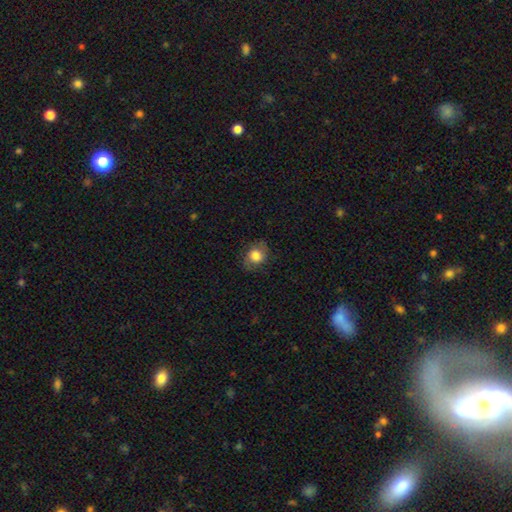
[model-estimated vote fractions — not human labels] Overall: smooth (69%). How rounded: round (60%; in between 39%). Merging: none (74%).